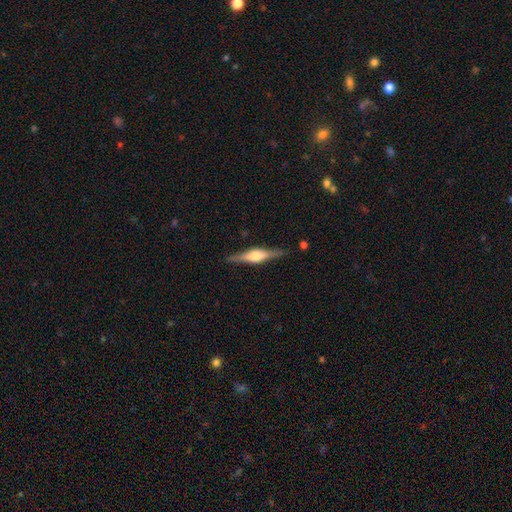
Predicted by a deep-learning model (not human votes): A featured or disk galaxy (75%) viewed edge-on (97%) with a rounded central bulge (86%). Merging: none (88%).